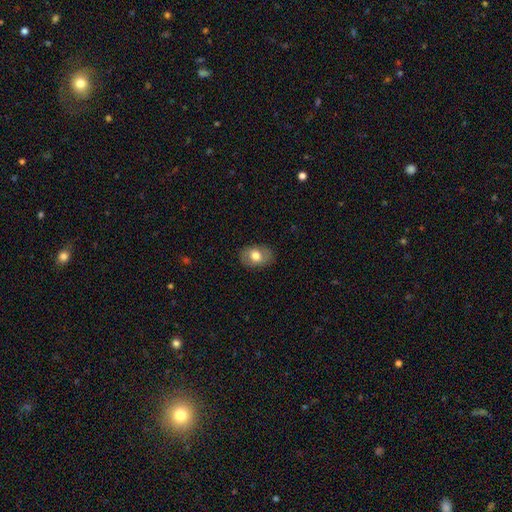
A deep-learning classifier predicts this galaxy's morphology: type=smooth (70%); roundness=in between (79%); merging=none (83%).